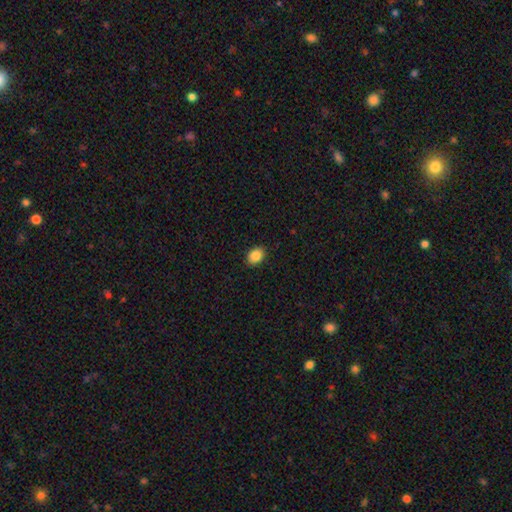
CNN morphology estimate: A smooth galaxy with no disk features (87%) that is in between round and cigar-shaped (65%). Merging: none (89%).